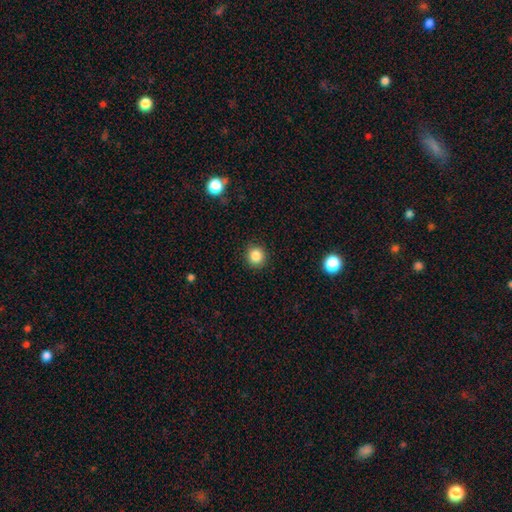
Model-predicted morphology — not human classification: A smooth galaxy with no disk features (86%) that is round (90%). Merging: none (91%).